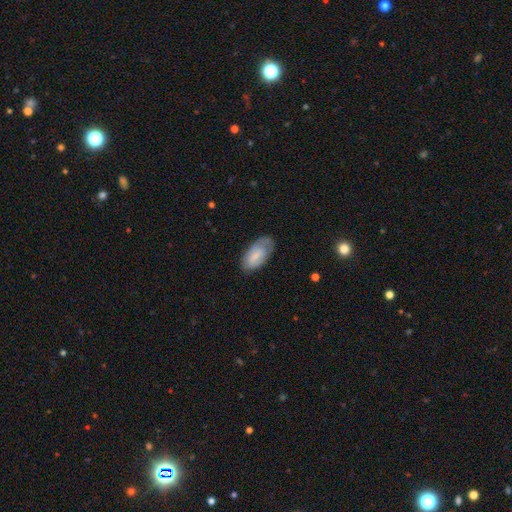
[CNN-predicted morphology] Smooth or featured: smooth — 67% (featured or disk — 27%)
How rounded: in between — 92% (cigar-shaped — 5%)
Merging: none — 60% (minor disturbance — 29%)